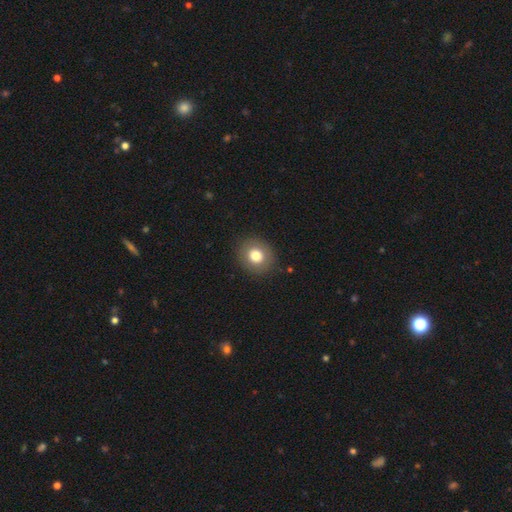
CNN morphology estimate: smooth-or-featured: smooth: 78% | featured or disk: 12% | star or artifact: 10%
  how-rounded: round: 79% | in between: 20% | cigar-shaped: 1%
  merging: none: 89% | minor disturbance: 7% | major disturbance: 3% | merger: 1%